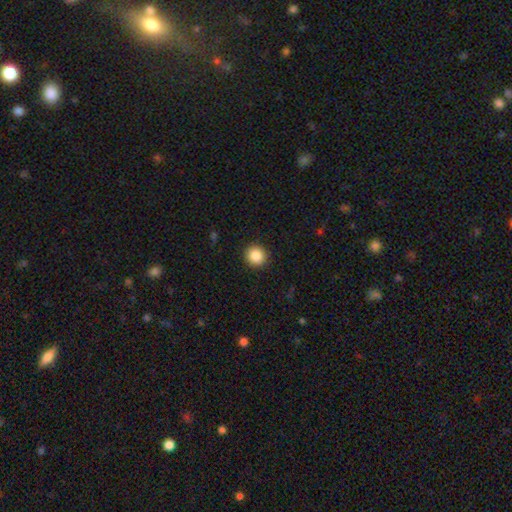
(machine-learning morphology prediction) Smooth or featured: smooth — 88% (star or artifact — 9%)
How rounded: round — 94% (in between — 5%)
Merging: none — 92% (minor disturbance — 5%)